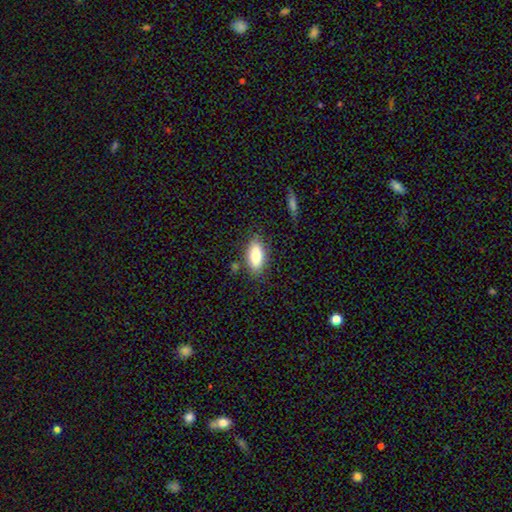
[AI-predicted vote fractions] The model was most divided on "merging": none: 79%, minor disturbance: 14%, major disturbance: 4%, merger: 4%. More confident: how rounded — in between (86%); smooth or featured — smooth (81%).